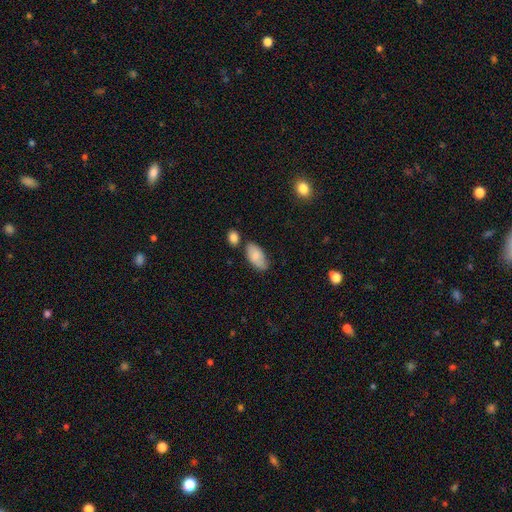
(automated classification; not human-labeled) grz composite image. It shows a smooth galaxy with no disk features (80%) that is in between round and cigar-shaped (94%). Merging: none (66%).